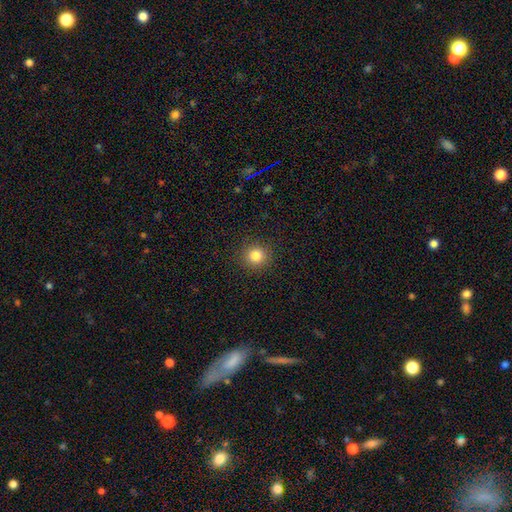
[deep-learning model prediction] Morphology: type=smooth (82%); roundness=round (93%); merging=none (91%).